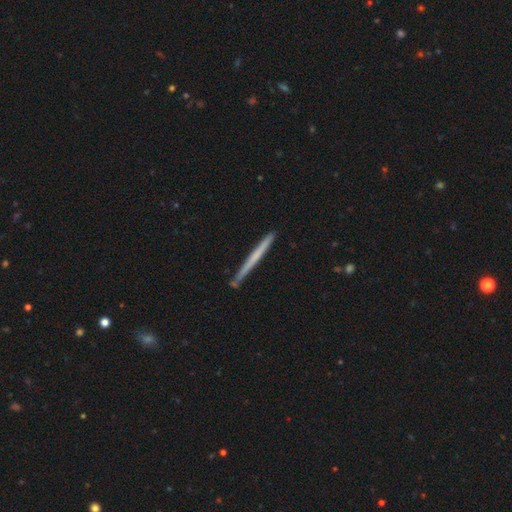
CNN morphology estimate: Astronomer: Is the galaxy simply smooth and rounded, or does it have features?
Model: smooth — 48% (runner-up: featured or disk, 47%).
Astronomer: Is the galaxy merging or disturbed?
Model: none — 88%.